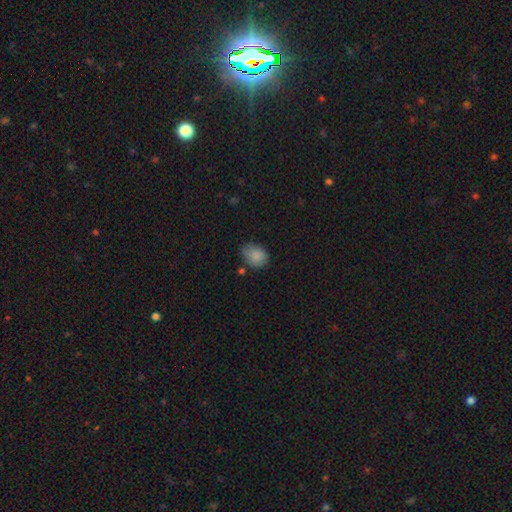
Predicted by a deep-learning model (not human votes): Smooth or featured? Predicted: smooth (p=0.86). How rounded? Predicted: in between (p=0.70). Merging? Predicted: none (p=0.64).